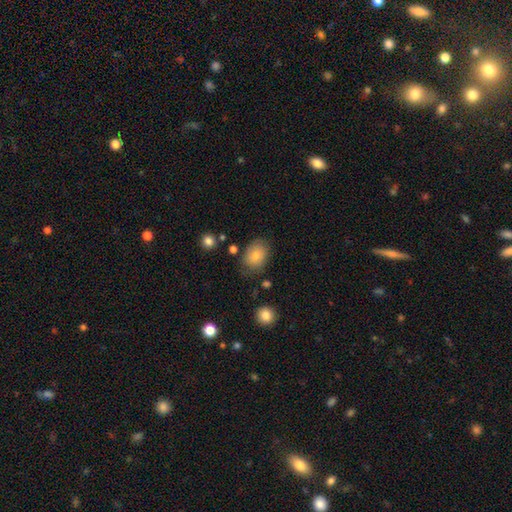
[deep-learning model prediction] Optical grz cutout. It shows a smooth galaxy with no disk features (82%) that is in between round and cigar-shaped (72%). Merging: none (71%).